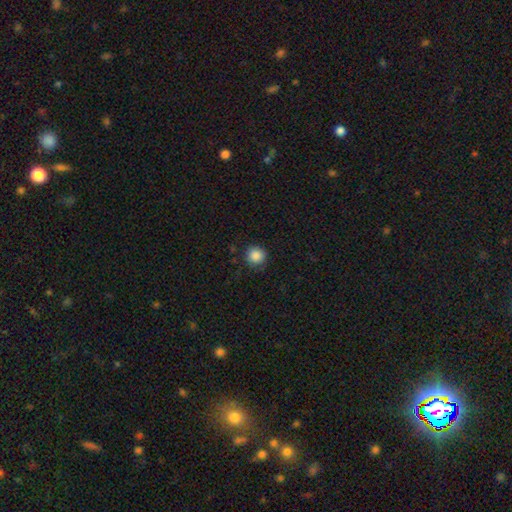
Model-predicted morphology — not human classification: Smooth or featured?
  - smooth: 87% *
  - star or artifact: 10%
  - featured or disk: 3%
How rounded?
  - round: 93% *
  - in between: 6%
  - cigar-shaped: 1%
Merging?
  - none: 86% *
  - minor disturbance: 11%
  - major disturbance: 3%
  - merger: 1%